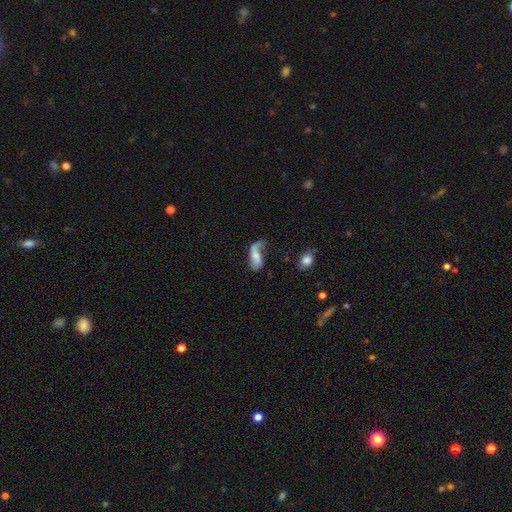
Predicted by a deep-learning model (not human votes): smooth_or_featured: featured or disk (p=0.46) [alt: smooth p=0.45]
merging: major disturbance (p=0.39) [alt: none p=0.28]